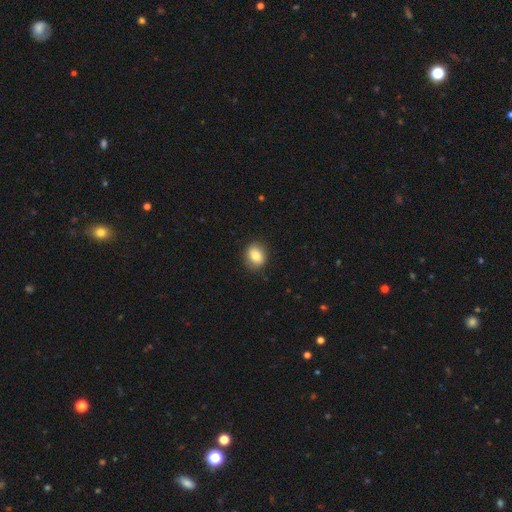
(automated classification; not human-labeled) This is clearly a smooth galaxy (81%). How rounded: possibly round (54%). Merging: clearly none (87%).